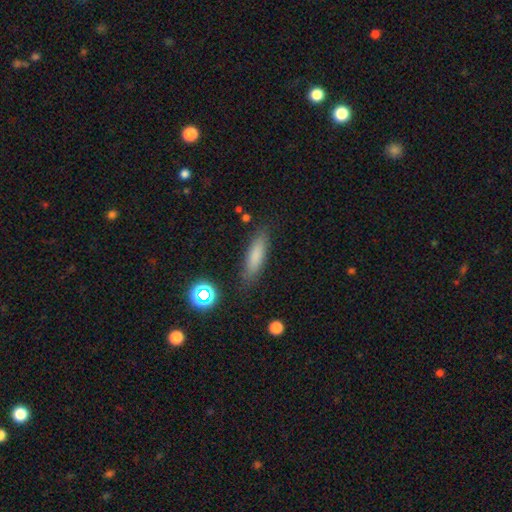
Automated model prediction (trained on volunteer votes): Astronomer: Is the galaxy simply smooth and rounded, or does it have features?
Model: smooth — 79%.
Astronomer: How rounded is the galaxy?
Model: cigar-shaped — 60% (runner-up: in between, 37%).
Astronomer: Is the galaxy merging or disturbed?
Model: none — 81%.